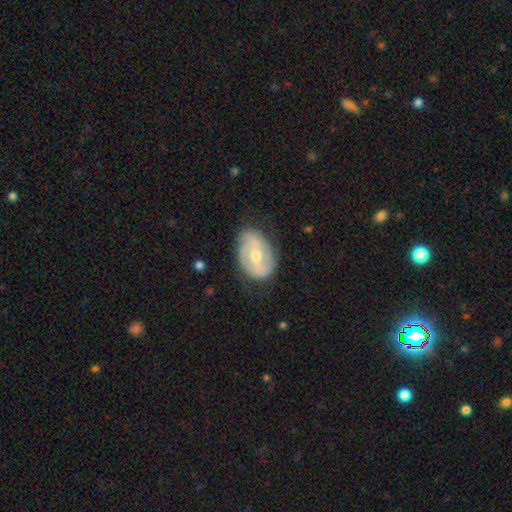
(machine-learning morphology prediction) The model was most divided on "spiral winding" (2-way tie): medium: 41%, tight: 41%, loose: 18%. Remaining: edge-on disk — no (96%); spiral arms — yes (83%); smooth or featured — featured or disk (74%); merging — none (73%); spiral arm count — 2 (69%); bulge size — moderate (63%); bar — weak (44%).